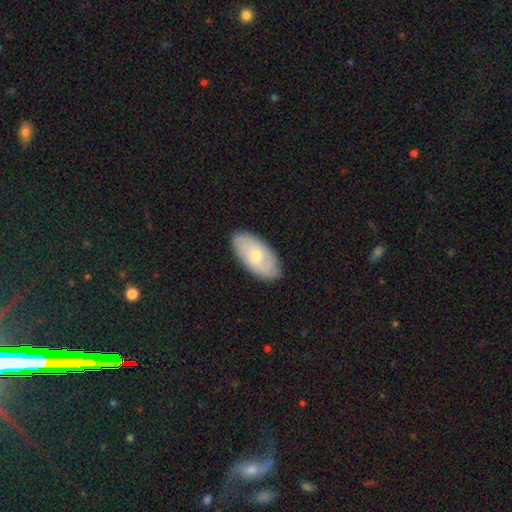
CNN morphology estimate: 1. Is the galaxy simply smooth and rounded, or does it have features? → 49% smooth, 45% featured or disk, 6% star or artifact.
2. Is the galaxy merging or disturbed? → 86% none, 11% minor disturbance, 2% major disturbance, 1% merger.